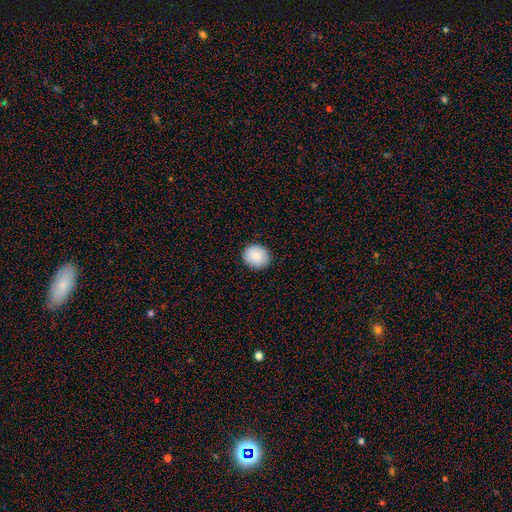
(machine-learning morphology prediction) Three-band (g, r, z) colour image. It shows a smooth galaxy with no disk features (88%) that is round (71%). Merging: none (90%).